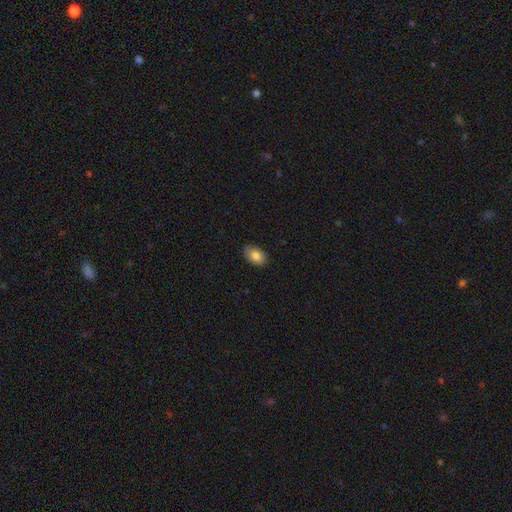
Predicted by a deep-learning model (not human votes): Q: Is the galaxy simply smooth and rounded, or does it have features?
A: smooth — 84%.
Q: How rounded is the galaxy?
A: in between — 89%.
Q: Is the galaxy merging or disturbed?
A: none — 87%.